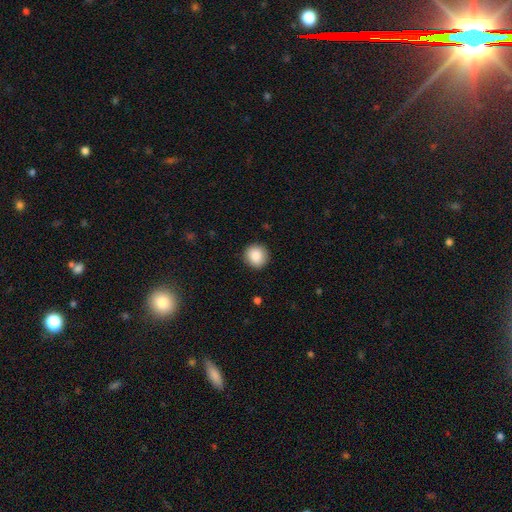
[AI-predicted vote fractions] smooth 88%, star or artifact 8%, featured or disk 4%. Down the decision tree: how rounded — round (90%); merging — none (90%).